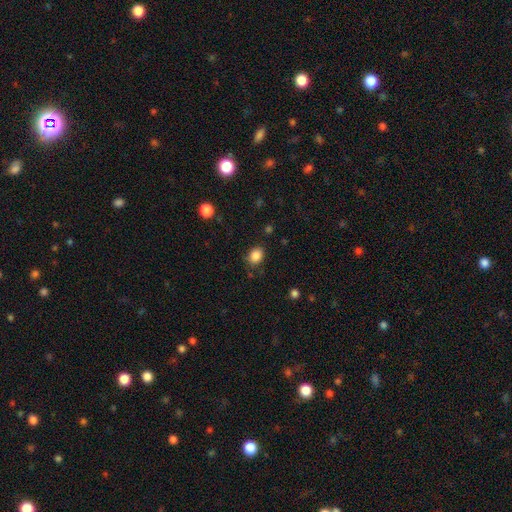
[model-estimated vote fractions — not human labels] A smooth galaxy with no disk features (86%) that is round (50%).

Vote fractions:
- Smooth or featured? smooth: 86% / star or artifact: 10% / featured or disk: 4%
- How rounded? round: 50% / in between: 49% / cigar-shaped: 1%
- Merging? none: 79% / minor disturbance: 15% / major disturbance: 4% / merger: 2%